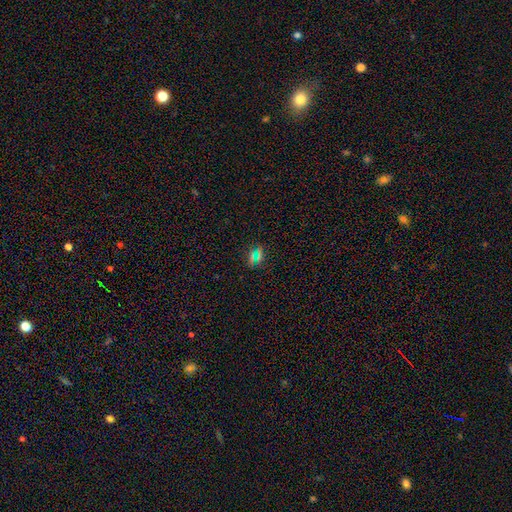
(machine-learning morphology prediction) smooth-or-featured: smooth: 51% | star or artifact: 39% | featured or disk: 10%
  how-rounded: round: 48% | in between: 42% | cigar-shaped: 9%
  merging: none: 77% | minor disturbance: 12% | major disturbance: 6% | merger: 4%